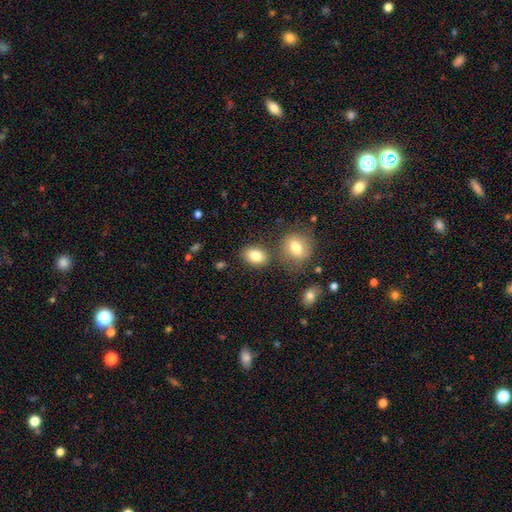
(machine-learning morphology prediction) Q: Smooth or featured?
A: smooth (83%); runner-up: star or artifact (9%)
Q: How rounded?
A: in between (75%); runner-up: round (24%)
Q: Merging?
A: none (74%); runner-up: minor disturbance (12%)